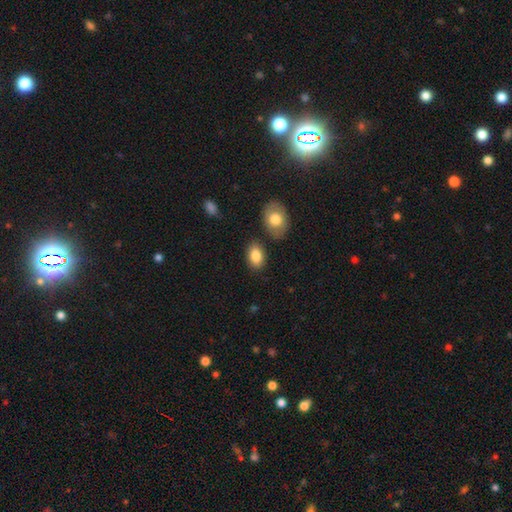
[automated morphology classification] smooth_or_featured: smooth (p=0.84) [alt: featured or disk p=0.09]
how_rounded: in between (p=0.88) [alt: round p=0.10]
merging: none (p=0.79) [alt: minor disturbance p=0.12]